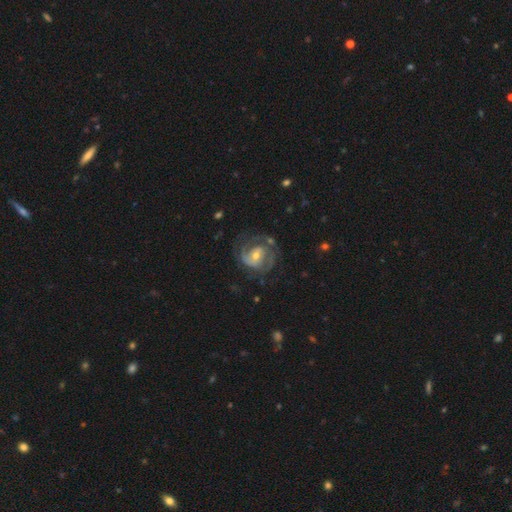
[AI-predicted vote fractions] featured or disk 82%, smooth 12%, star or artifact 5%. Down the decision tree: edge-on disk — no (98%); bar — no (48%); spiral arms — yes (92%); spiral arm count — 2 (57%); spiral winding — tight (44%); bulge size — moderate (52%); merging — none (59%).